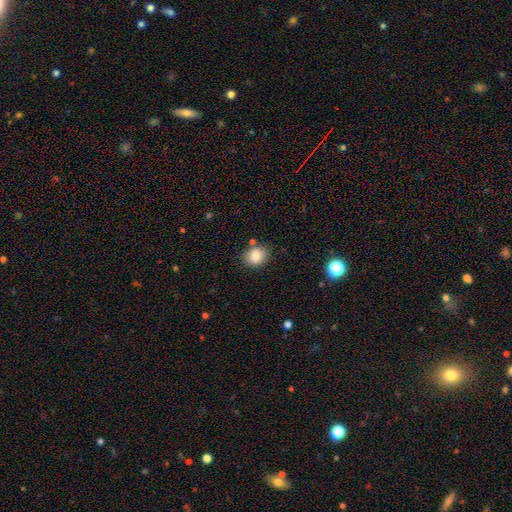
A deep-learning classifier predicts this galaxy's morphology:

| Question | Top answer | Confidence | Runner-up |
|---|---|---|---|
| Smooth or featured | smooth | 85% | star or artifact (9%) |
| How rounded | in between | 53% | round (46%) |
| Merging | none | 78% | minor disturbance (13%) |